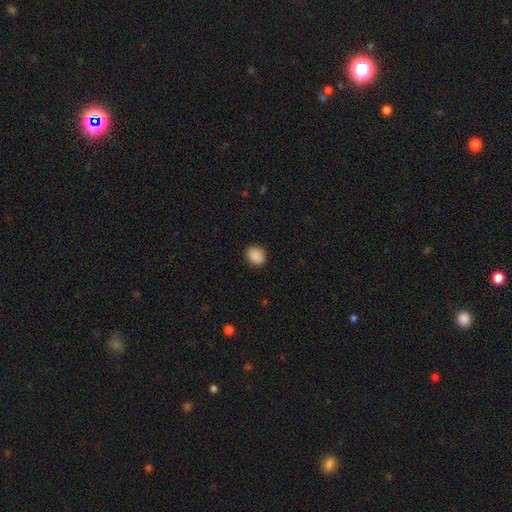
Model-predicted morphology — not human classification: Smooth or featured? smooth (89%)
How rounded? round (58%)
Merging? none (86%)